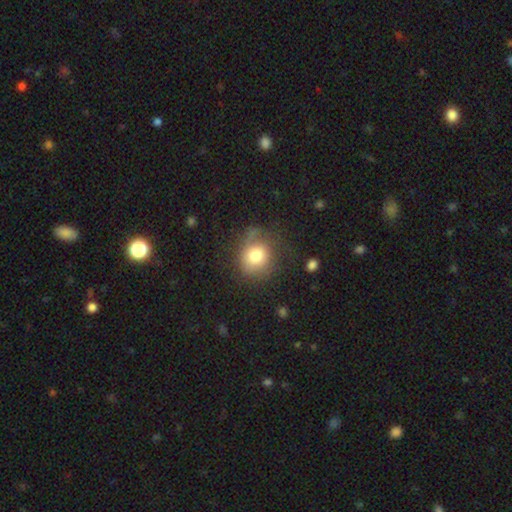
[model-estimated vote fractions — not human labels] Smooth or featured: smooth — 74% (featured or disk — 16%)
How rounded: round — 78% (in between — 21%)
Merging: none — 61% (minor disturbance — 23%)